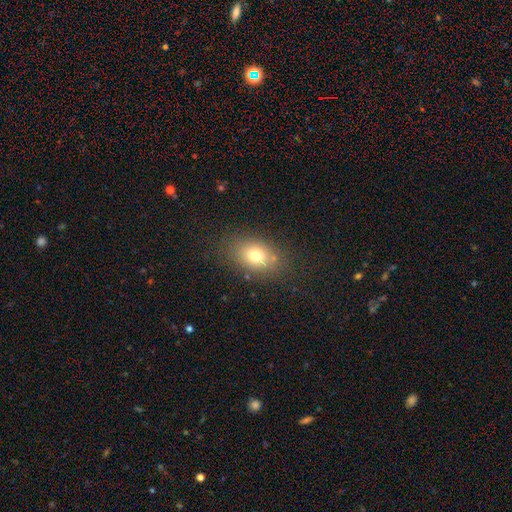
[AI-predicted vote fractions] Smooth or featured? smooth (74%)
How rounded? in between (74%)
Merging? none (78%)